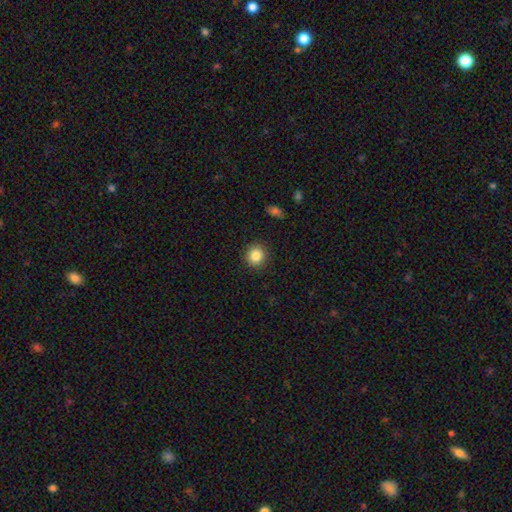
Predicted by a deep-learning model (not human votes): Smooth or featured? Predicted: smooth (p=0.85). How rounded? Predicted: round (p=0.91). Merging? Predicted: none (p=0.91).